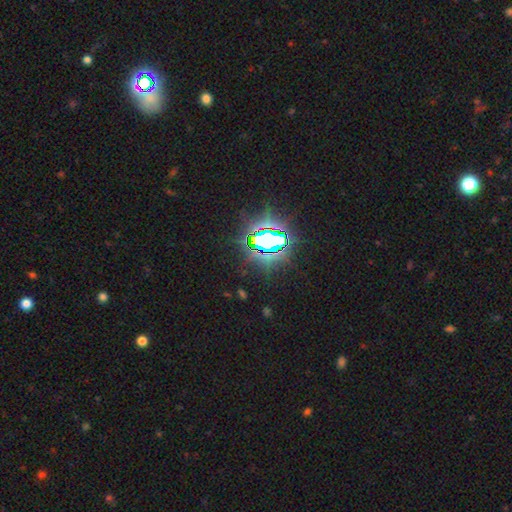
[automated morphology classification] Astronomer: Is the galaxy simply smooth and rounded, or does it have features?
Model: star or artifact — 79%.